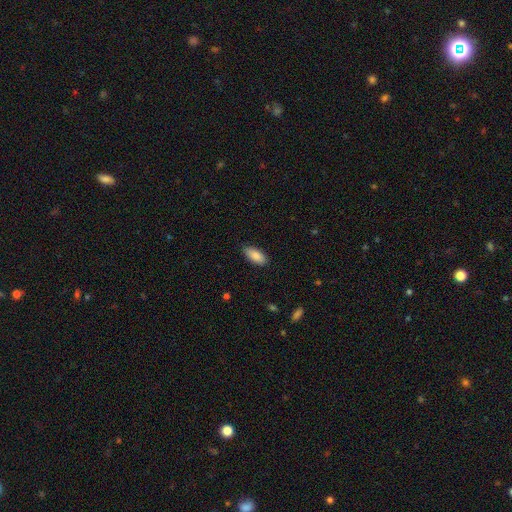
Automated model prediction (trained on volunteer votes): Smooth or featured? Predicted: smooth (p=0.88). How rounded? Predicted: in between (p=0.88). Merging? Predicted: none (p=0.85).